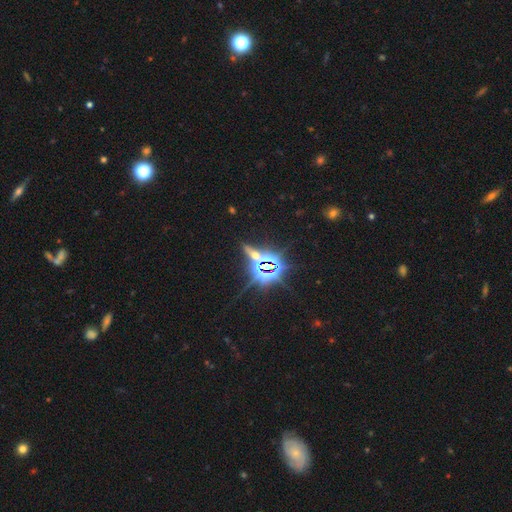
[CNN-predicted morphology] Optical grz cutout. It shows a star or artifact, not a galaxy (68%).